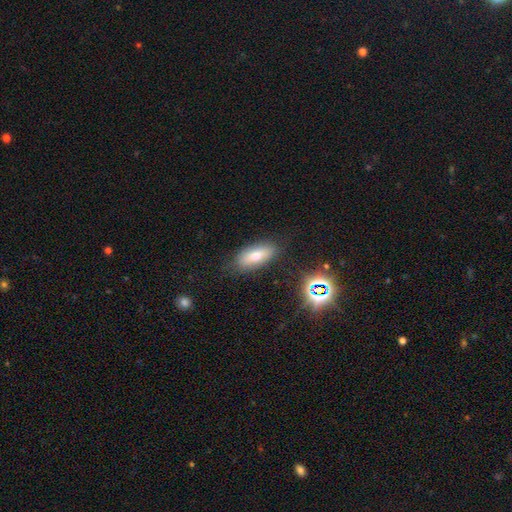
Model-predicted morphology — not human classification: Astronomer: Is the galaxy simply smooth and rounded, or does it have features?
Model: smooth — 70%.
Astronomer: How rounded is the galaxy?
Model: in between — 82%.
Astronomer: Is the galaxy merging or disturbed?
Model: none — 81%.